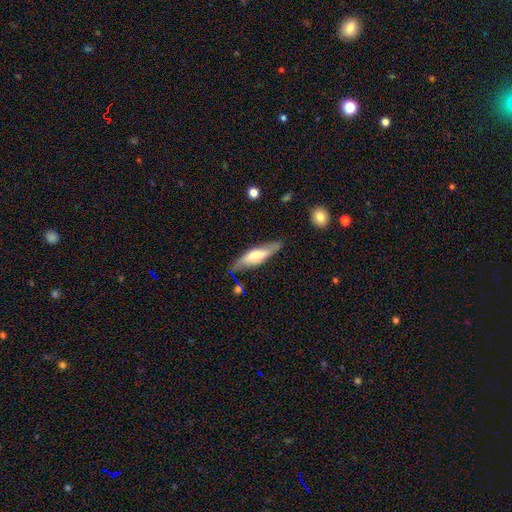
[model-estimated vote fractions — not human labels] Smooth or featured? Predicted: smooth (p=0.50). Merging? Predicted: none (p=0.79).